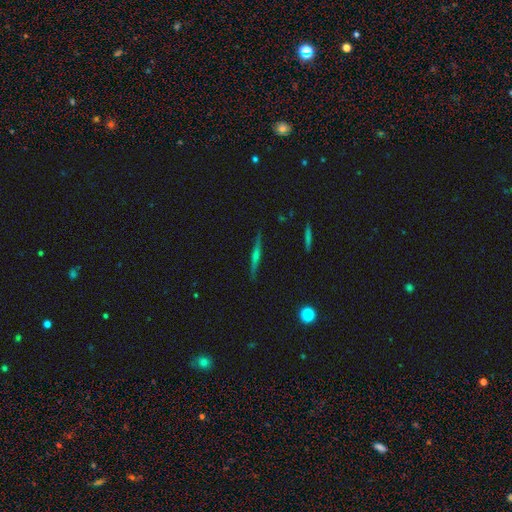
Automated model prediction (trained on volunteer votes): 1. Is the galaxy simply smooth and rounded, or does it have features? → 75% featured or disk, 15% smooth, 9% star or artifact.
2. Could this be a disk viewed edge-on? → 98% yes, 2% no.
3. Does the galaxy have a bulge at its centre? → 77% rounded, 14% none, 9% boxy.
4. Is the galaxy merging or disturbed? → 91% none, 6% minor disturbance, 1% major disturbance, 1% merger.